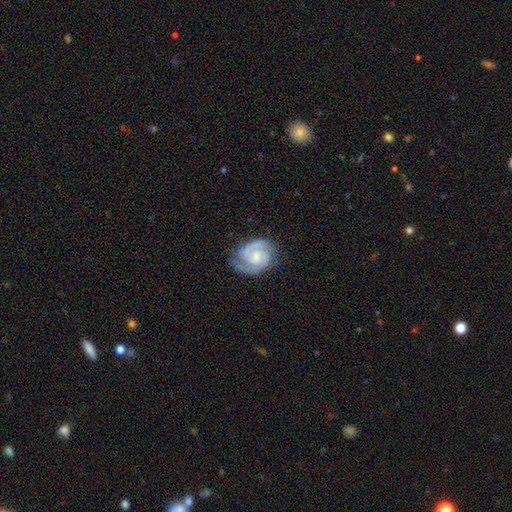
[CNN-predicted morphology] This appears to be a featured or disk galaxy (89%) with a weak bar (46%), 2 (89%) tight (53%) spiral arms (98%) and a moderate central bulge (41%). Merging: none (76%).